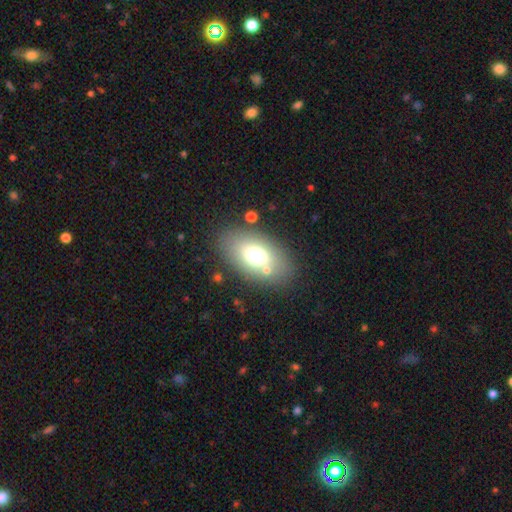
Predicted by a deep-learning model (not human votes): A smooth galaxy with no disk features (68%) that is in between round and cigar-shaped (85%). Merging: none (80%).